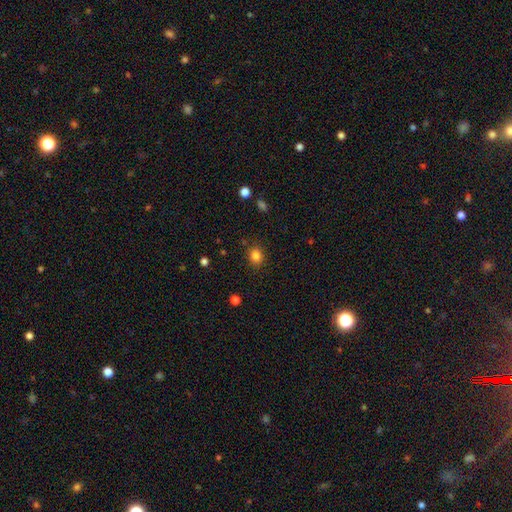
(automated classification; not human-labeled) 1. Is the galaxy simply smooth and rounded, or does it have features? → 82% smooth, 12% star or artifact, 5% featured or disk.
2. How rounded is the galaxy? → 68% round, 31% in between, 1% cigar-shaped.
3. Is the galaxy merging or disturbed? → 86% none, 9% minor disturbance, 3% major disturbance, 2% merger.